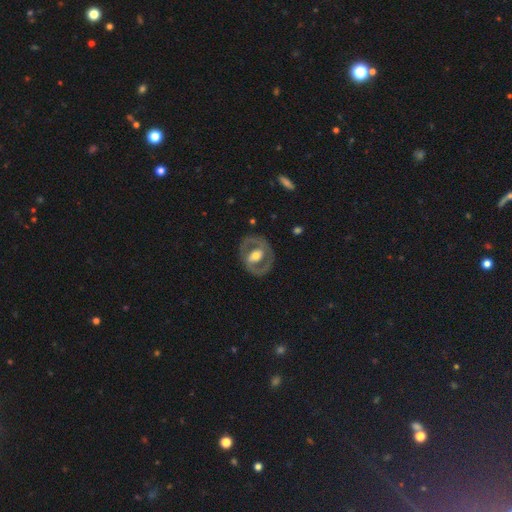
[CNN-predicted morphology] Q: Smooth or featured?
A: featured or disk (75%); runner-up: smooth (21%)
Q: Edge-on disk?
A: no (95%); runner-up: yes (5%)
Q: Bar?
A: weak (35%); runner-up: no (34%)
Q: Spiral arms?
A: yes (52%); runner-up: no (48%)
Q: Bulge size?
A: moderate (65%); runner-up: large (19%)
Q: Merging?
A: none (78%); runner-up: minor disturbance (13%)